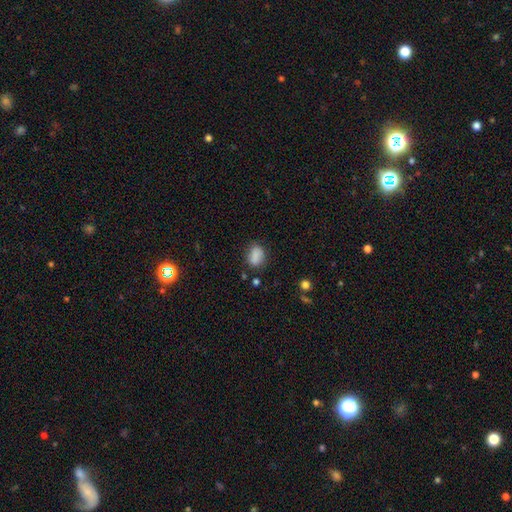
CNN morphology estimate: This appears to be a smooth galaxy with no disk features (84%) that is in between round and cigar-shaped (74%). Merging: none (72%).